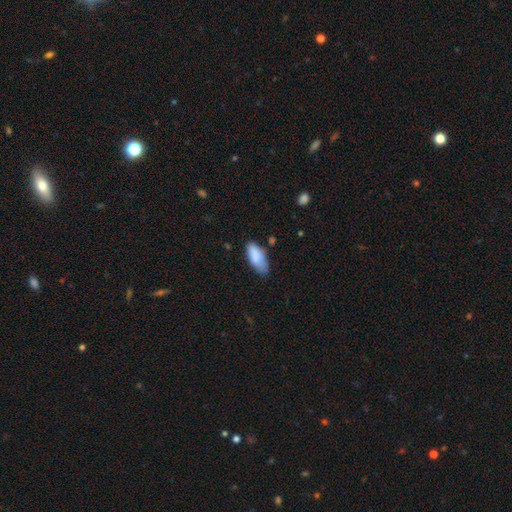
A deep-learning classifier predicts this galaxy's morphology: A smooth galaxy with no disk features (85%) that is in between round and cigar-shaped (85%). Merging: none (60%).